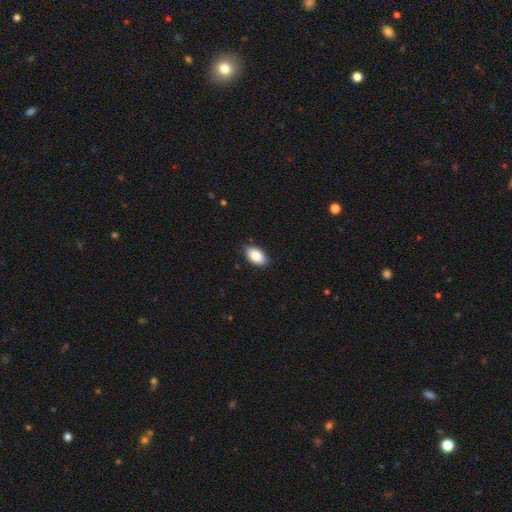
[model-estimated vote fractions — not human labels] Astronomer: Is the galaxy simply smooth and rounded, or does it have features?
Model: smooth — 86%.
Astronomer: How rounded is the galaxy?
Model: in between — 93%.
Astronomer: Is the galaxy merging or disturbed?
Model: none — 87%.